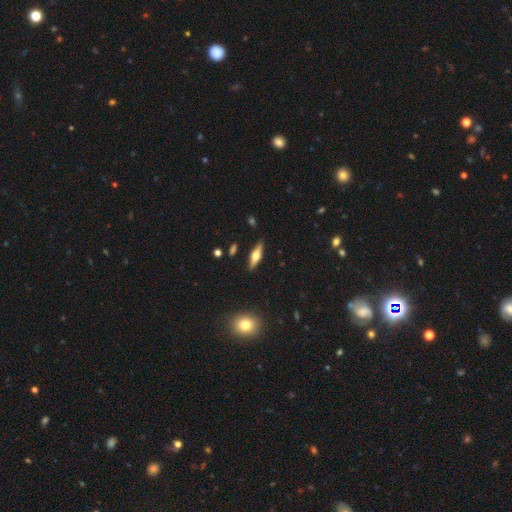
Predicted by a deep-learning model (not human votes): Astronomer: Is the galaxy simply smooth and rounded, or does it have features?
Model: featured or disk — 48% (runner-up: smooth, 45%).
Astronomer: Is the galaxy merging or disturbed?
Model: none — 88%.